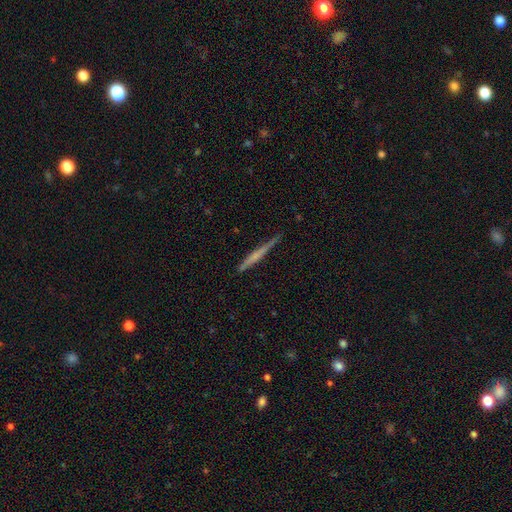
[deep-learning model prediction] This appears to be a featured or disk galaxy (51%) viewed edge-on (97%). Merging: none (82%).